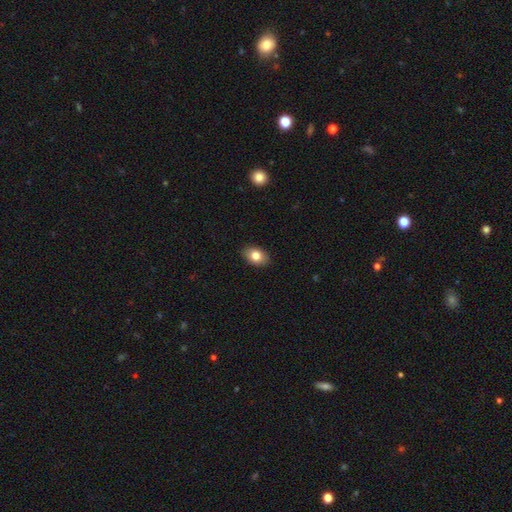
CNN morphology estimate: Smooth or featured? smooth (81%)
How rounded? in between (83%)
Merging? none (89%)